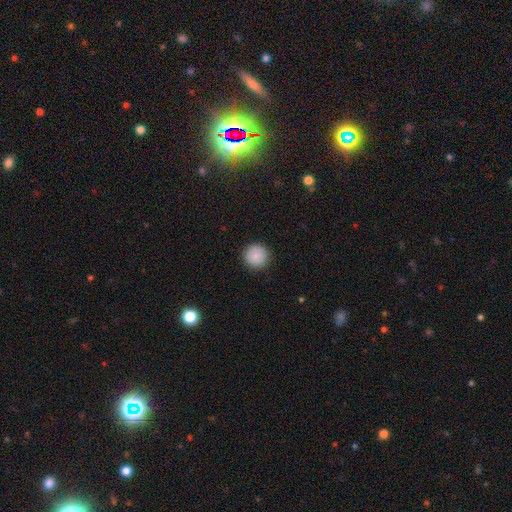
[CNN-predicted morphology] This appears to be a smooth galaxy with no disk features (88%) that is round (95%). Merging: none (92%).